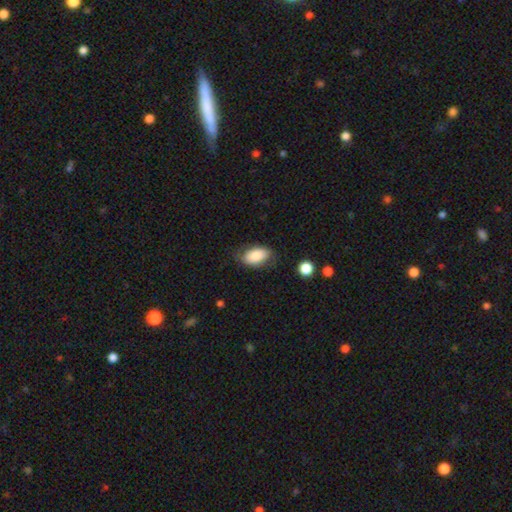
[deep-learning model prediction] Smooth or featured? Predicted: smooth (p=0.81). How rounded? Predicted: in between (p=0.92). Merging? Predicted: none (p=0.70).